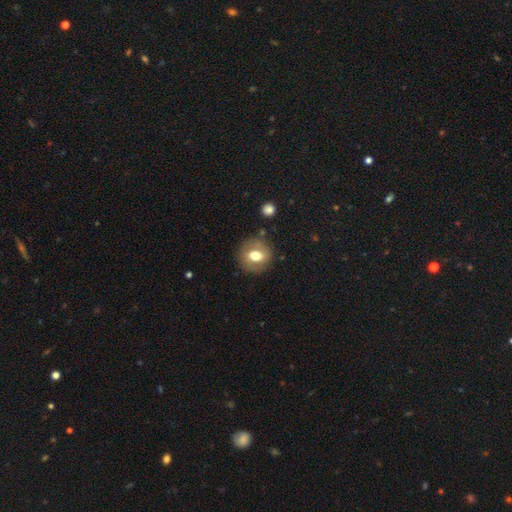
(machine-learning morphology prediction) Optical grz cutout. It shows a smooth galaxy with no disk features (64%) that is round (71%). Merging: none (81%).